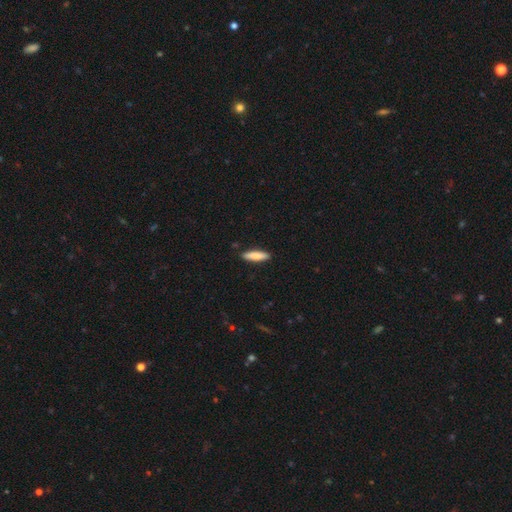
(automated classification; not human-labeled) Overall: smooth (83%). How rounded: cigar-shaped (71%). Merging: none (89%).